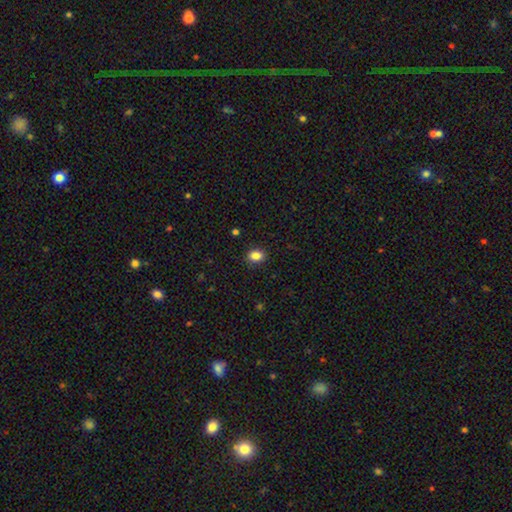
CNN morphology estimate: Smooth or featured? Predicted: smooth (p=0.85). How rounded? Predicted: in between (p=0.65). Merging? Predicted: none (p=0.89).